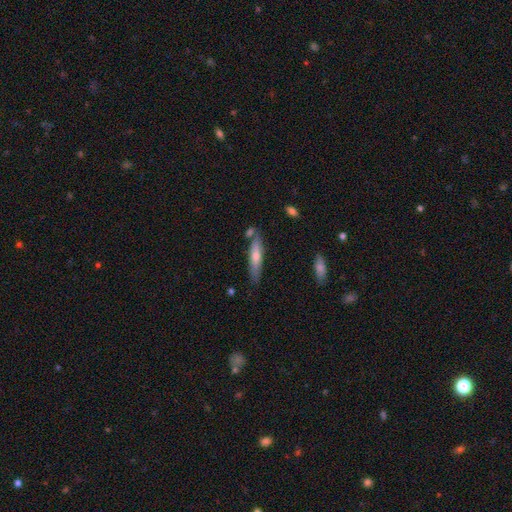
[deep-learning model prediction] The model was most divided on "smooth or featured": smooth: 55%, featured or disk: 39%, star or artifact: 6%. More confident: how rounded — cigar-shaped (82%); merging — none (74%).